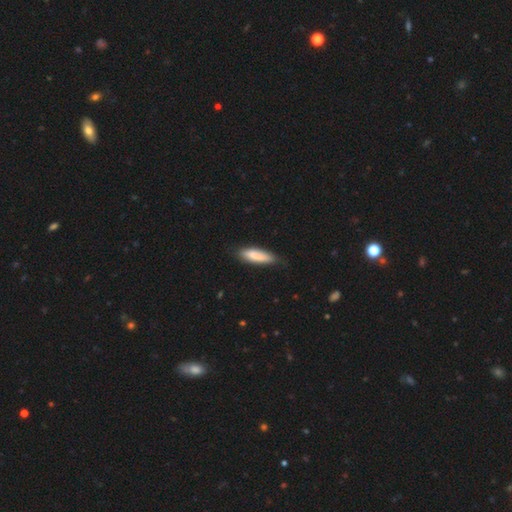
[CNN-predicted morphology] Overall: smooth (82%). How rounded: cigar-shaped (55%; in between 44%). Merging: none (71%).